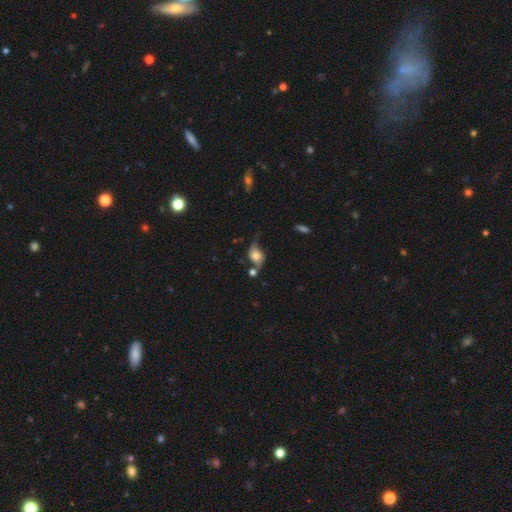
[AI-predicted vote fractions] smooth_or_featured: smooth (p=0.46) [alt: featured or disk p=0.45]
merging: none (p=0.42) [alt: minor disturbance p=0.28]